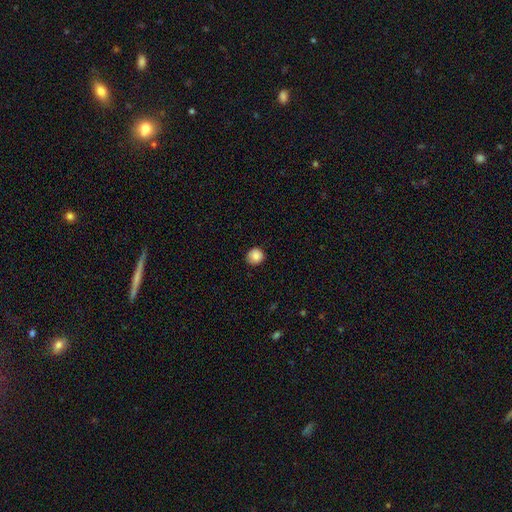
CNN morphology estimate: Smooth or featured?
  - smooth: 86% *
  - star or artifact: 9%
  - featured or disk: 5%
How rounded?
  - round: 88% *
  - in between: 12%
  - cigar-shaped: 1%
Merging?
  - none: 80% *
  - minor disturbance: 16%
  - major disturbance: 3%
  - merger: 1%